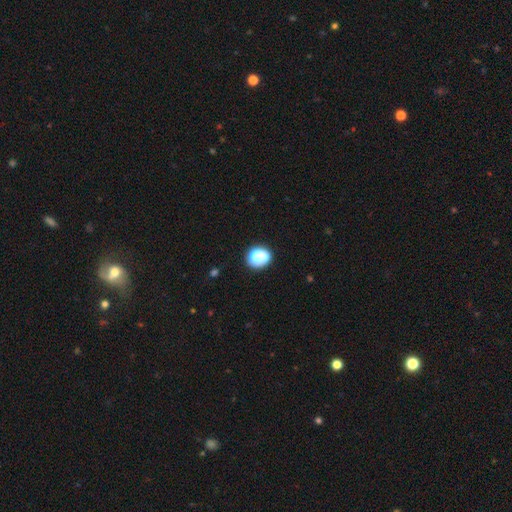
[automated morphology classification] smooth-or-featured: smooth: 72% | featured or disk: 20% | star or artifact: 8%
  how-rounded: round: 61% | in between: 38% | cigar-shaped: 1%
  merging: none: 57% | minor disturbance: 22% | merger: 11% | major disturbance: 9%